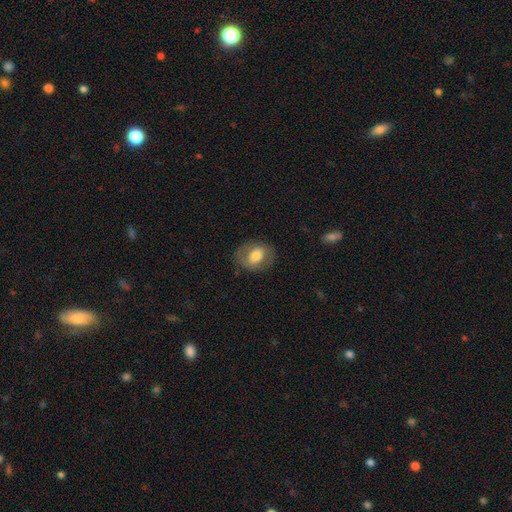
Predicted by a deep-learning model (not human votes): Smooth or featured?
  - smooth: 59% *
  - featured or disk: 34%
  - star or artifact: 7%
How rounded?
  - in between: 64% *
  - round: 35%
  - cigar-shaped: 1%
Merging?
  - none: 78% *
  - minor disturbance: 14%
  - major disturbance: 7%
  - merger: 1%